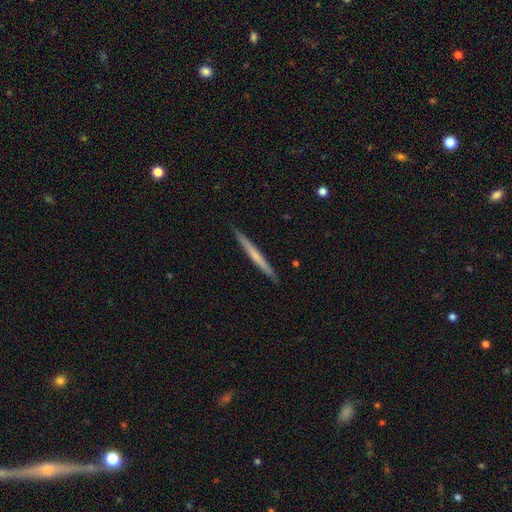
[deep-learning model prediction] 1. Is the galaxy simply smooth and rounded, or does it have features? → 49% featured or disk, 46% smooth, 5% star or artifact.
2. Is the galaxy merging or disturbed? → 92% none, 6% minor disturbance, 1% major disturbance, 1% merger.